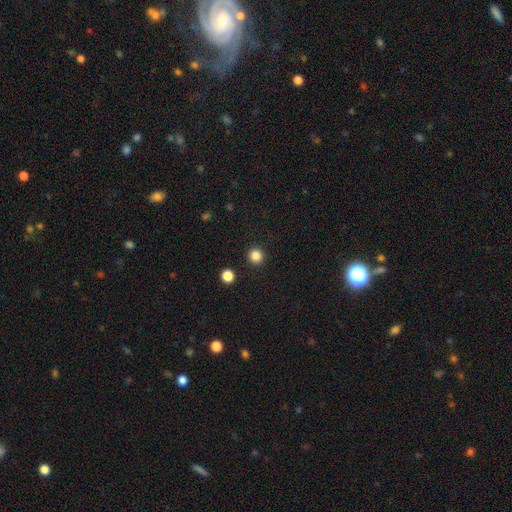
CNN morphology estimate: Q: Smooth or featured?
A: smooth (85%); runner-up: star or artifact (12%)
Q: How rounded?
A: round (95%); runner-up: in between (4%)
Q: Merging?
A: none (92%); runner-up: minor disturbance (4%)